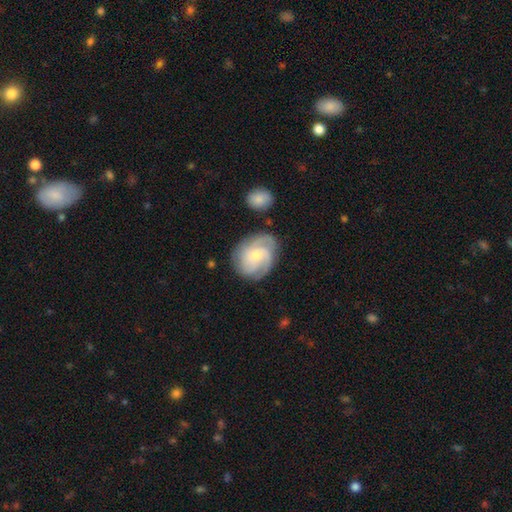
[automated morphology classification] featured or disk 76%, smooth 18%, star or artifact 6%. Down the decision tree: edge-on disk — no (98%); bar — no (71%); spiral arms — yes (95%); spiral arm count — 3 (46%); spiral winding — tight (51%); bulge size — small (59%); merging — none (74%).